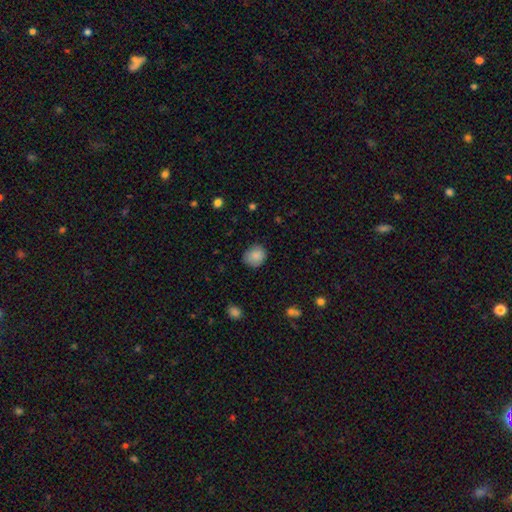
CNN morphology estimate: A smooth galaxy with no disk features (85%) that is round (79%).

Vote fractions:
- Smooth or featured? smooth: 85% / star or artifact: 8% / featured or disk: 7%
- How rounded? round: 79% / in between: 20% / cigar-shaped: 1%
- Merging? none: 79% / minor disturbance: 17% / major disturbance: 3% / merger: 1%